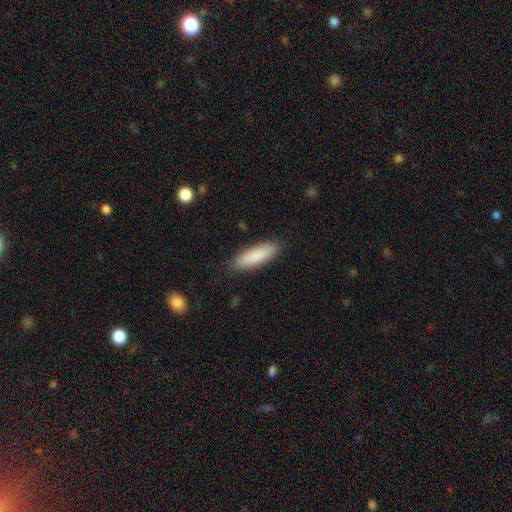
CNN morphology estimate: Smooth or featured?
  - smooth: 87% *
  - featured or disk: 7%
  - star or artifact: 6%
How rounded?
  - cigar-shaped: 54% *
  - in between: 45%
  - round: 2%
Merging?
  - none: 88% *
  - minor disturbance: 9%
  - major disturbance: 2%
  - merger: 1%